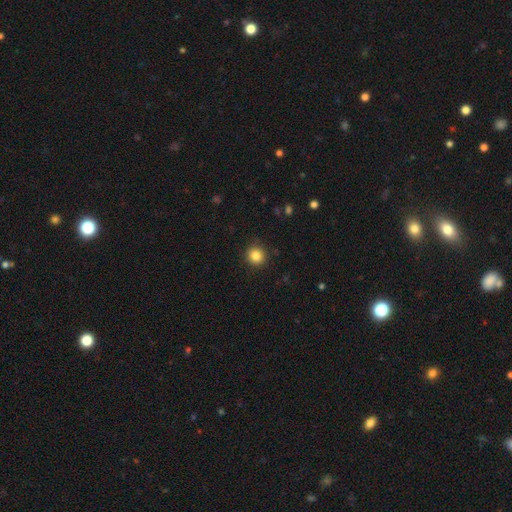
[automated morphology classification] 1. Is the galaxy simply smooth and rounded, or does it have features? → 84% smooth, 11% star or artifact, 5% featured or disk.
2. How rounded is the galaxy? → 92% round, 7% in between, 1% cigar-shaped.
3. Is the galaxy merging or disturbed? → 90% none, 7% minor disturbance, 2% major disturbance, 1% merger.